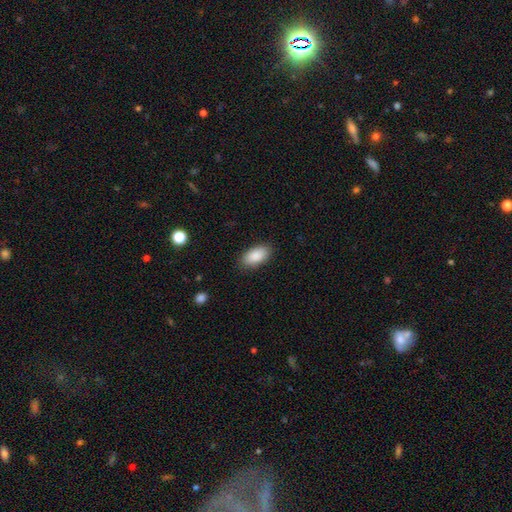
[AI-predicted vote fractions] This appears to be a smooth galaxy with no disk features (89%) that is in between round and cigar-shaped (94%). Merging: none (87%).